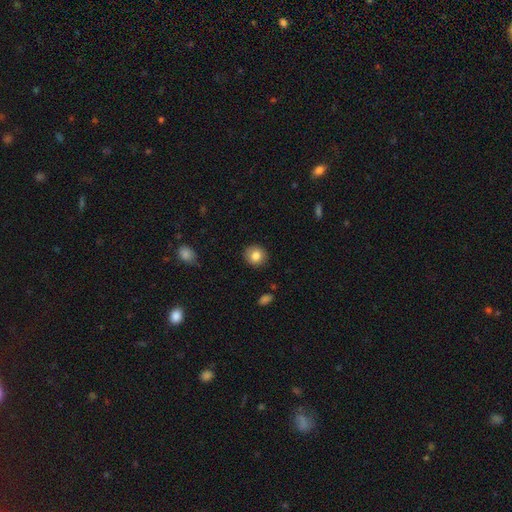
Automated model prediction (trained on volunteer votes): A smooth galaxy with no disk features (83%) that is round (87%). Merging: none (90%).